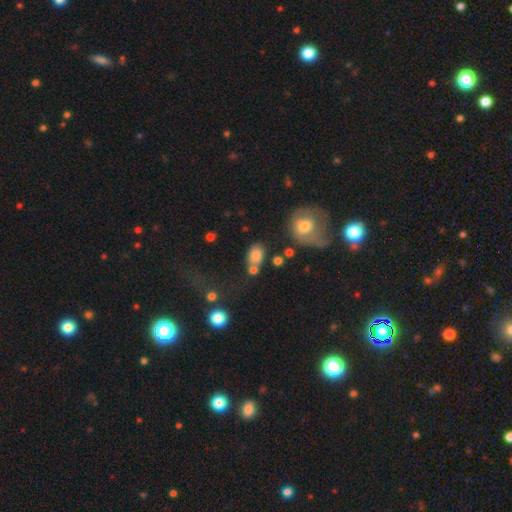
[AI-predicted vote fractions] Overall: smooth (78%). How rounded: in between (77%). Merging: none (54%; merger 22%).